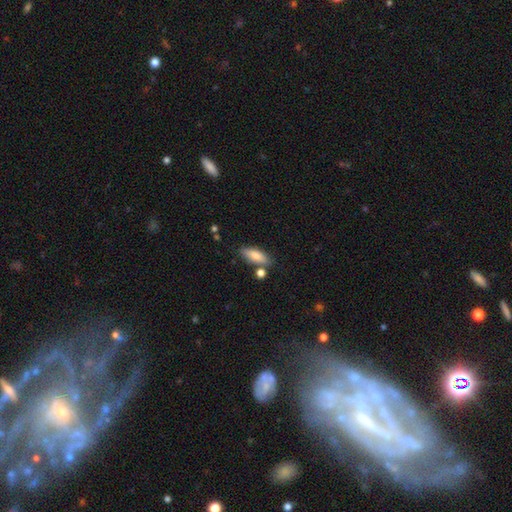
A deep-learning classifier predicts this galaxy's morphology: Q: Smooth or featured?
A: smooth (81%); runner-up: featured or disk (12%)
Q: How rounded?
A: in between (67%); runner-up: cigar-shaped (30%)
Q: Merging?
A: none (74%); runner-up: minor disturbance (14%)